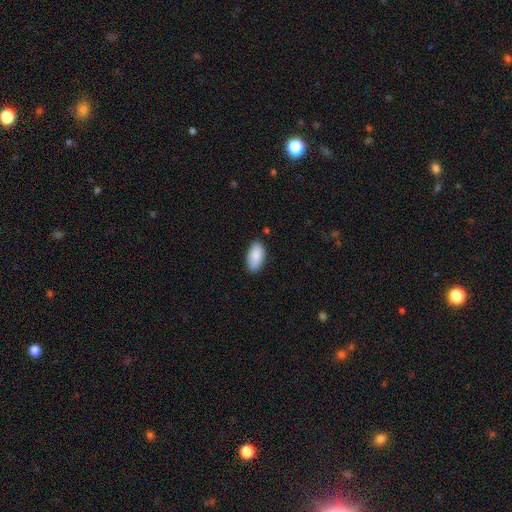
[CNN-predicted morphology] A smooth galaxy with no disk features (89%) that is in between round and cigar-shaped (94%). Merging: none (85%).